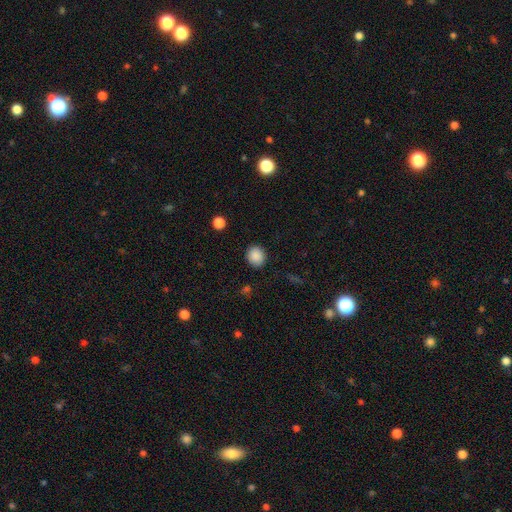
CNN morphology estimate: A smooth galaxy with no disk features (88%) that is round (77%).

Vote fractions:
- Smooth or featured? smooth: 88% / star or artifact: 9% / featured or disk: 3%
- How rounded? round: 77% / in between: 22% / cigar-shaped: 1%
- Merging? none: 88% / minor disturbance: 8% / major disturbance: 3% / merger: 1%